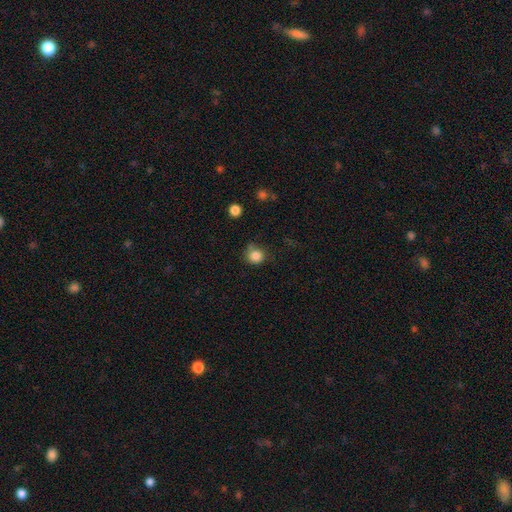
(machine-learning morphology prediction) Overall: smooth (84%). How rounded: round (87%). Merging: none (66%).